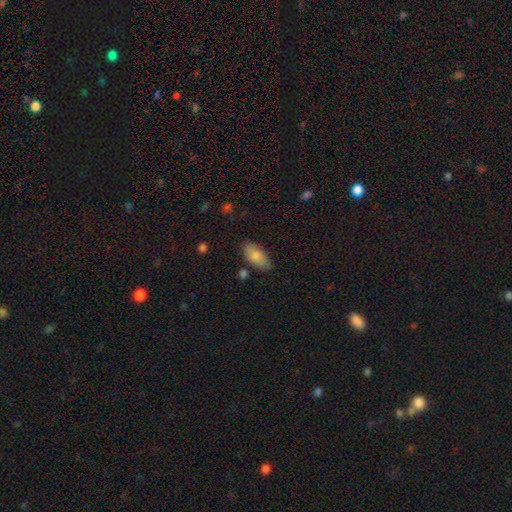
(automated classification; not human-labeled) This is clearly a smooth galaxy (81%). How rounded: clearly in between (91%). Merging: likely none (80%).